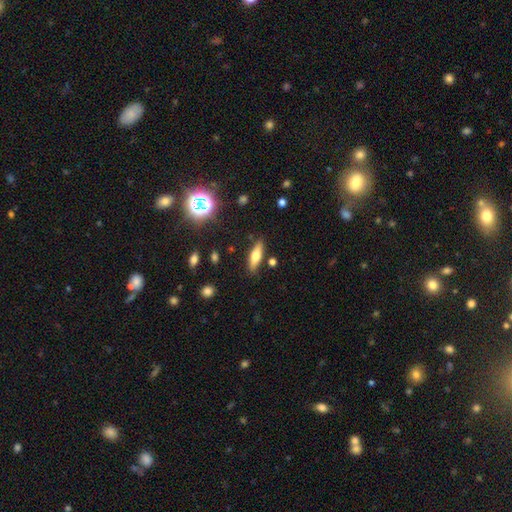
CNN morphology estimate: This is possibly a smooth galaxy (54%). How rounded: possibly cigar-shaped (55%). Merging: clearly none (84%).